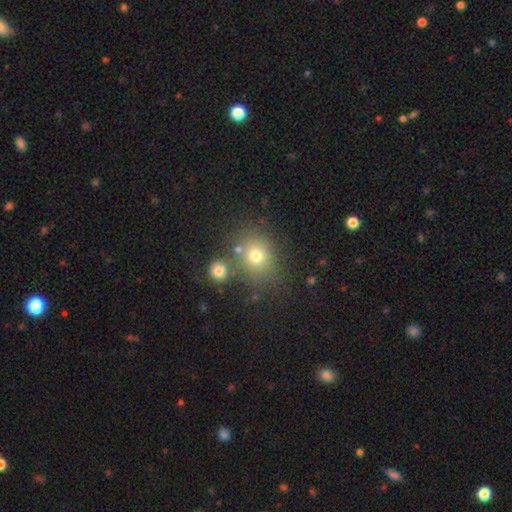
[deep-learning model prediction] Smooth or featured? Predicted: smooth (p=0.73). How rounded? Predicted: round (p=0.75). Merging? Predicted: none (p=0.67).